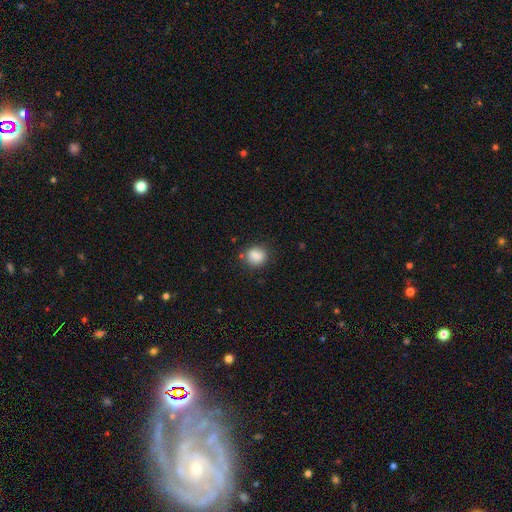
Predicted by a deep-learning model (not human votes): A smooth galaxy with no disk features (86%) that is round (69%). Merging: none (78%).